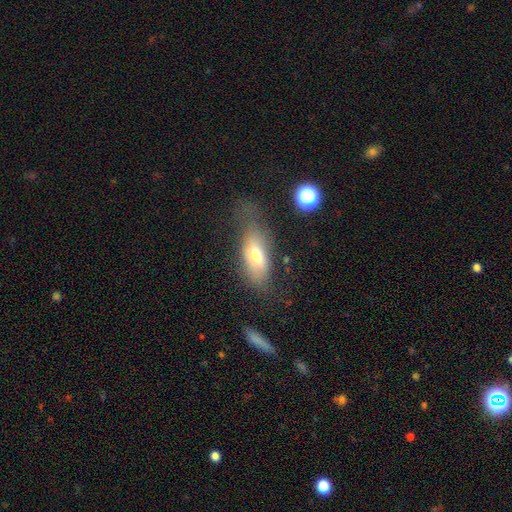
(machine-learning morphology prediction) smooth_or_featured: smooth (p=0.63) [alt: featured or disk p=0.27]
how_rounded: in between (p=0.82) [alt: cigar-shaped p=0.14]
merging: none (p=0.44) [alt: minor disturbance p=0.28]